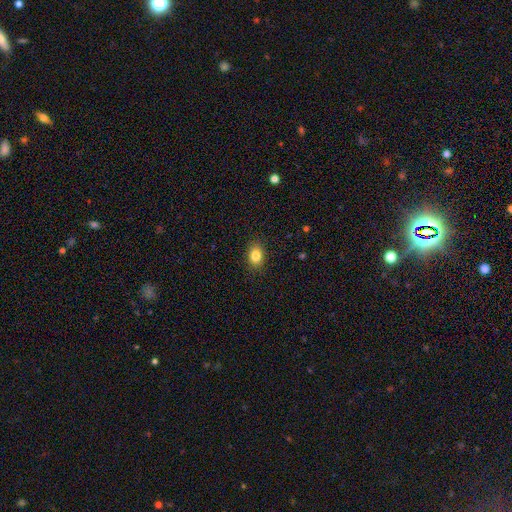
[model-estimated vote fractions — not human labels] Morphology: type=smooth (84%); roundness=in between (67%); merging=none (89%).